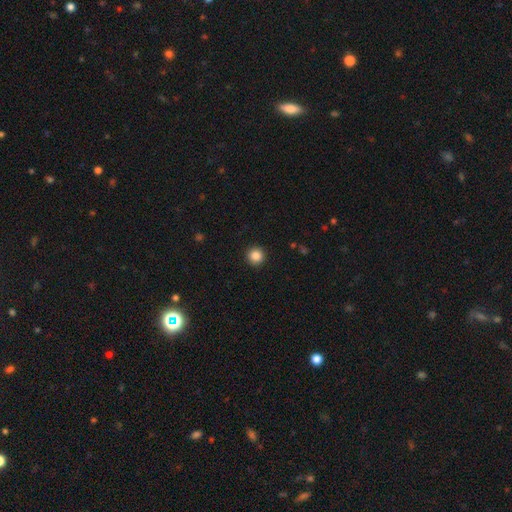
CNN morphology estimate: Smooth or featured? smooth (87%)
How rounded? round (96%)
Merging? none (93%)